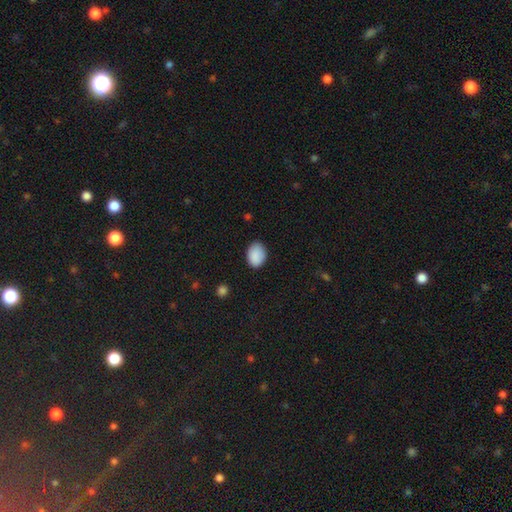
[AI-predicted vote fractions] The model was most divided on "how rounded": in between: 75%, round: 24%, cigar-shaped: 1%. More confident: smooth or featured — smooth (89%); merging — none (82%).